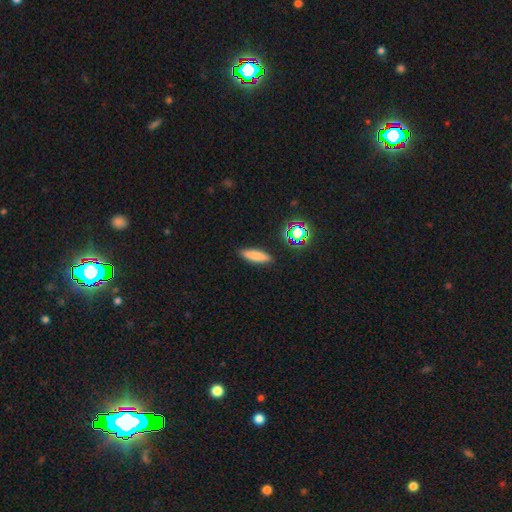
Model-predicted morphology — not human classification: Smooth or featured? smooth (78%)
How rounded? cigar-shaped (66%)
Merging? none (87%)